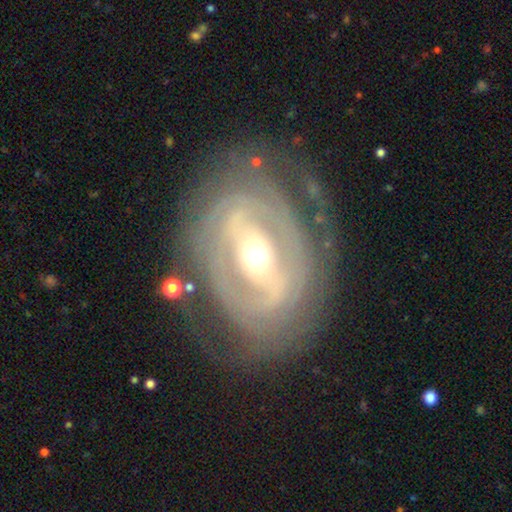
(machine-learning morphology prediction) A featured or disk galaxy (84%) with a strong bar (50%), 2 (41%) tight (65%) spiral arms (69%) and a moderate central bulge (68%). Merging: none (73%).